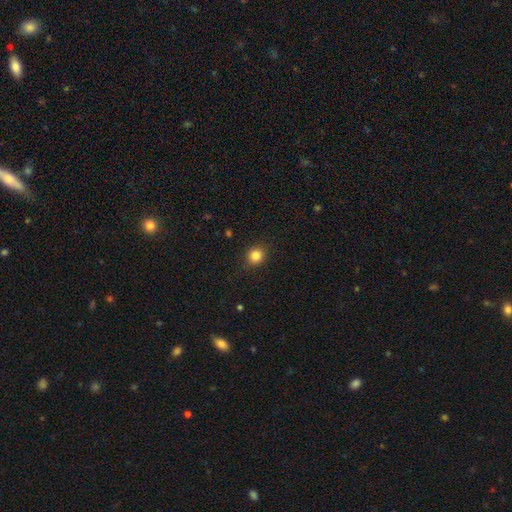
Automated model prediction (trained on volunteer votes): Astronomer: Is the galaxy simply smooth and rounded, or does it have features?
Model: smooth — 84%.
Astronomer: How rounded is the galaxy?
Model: round — 81%.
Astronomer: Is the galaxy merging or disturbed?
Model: none — 87%.